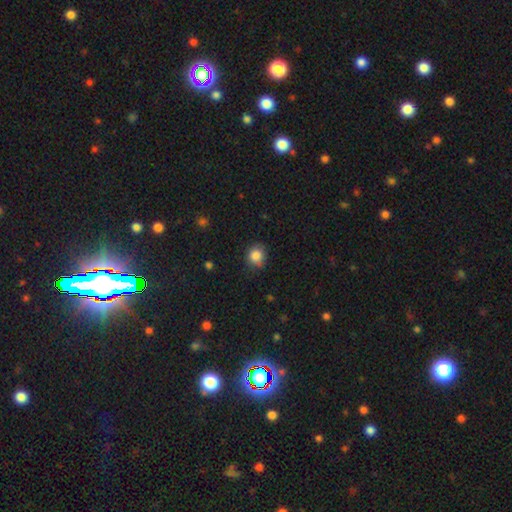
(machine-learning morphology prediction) smooth 85%, star or artifact 10%, featured or disk 5%. Down the decision tree: how rounded — round (80%); merging — none (75%).